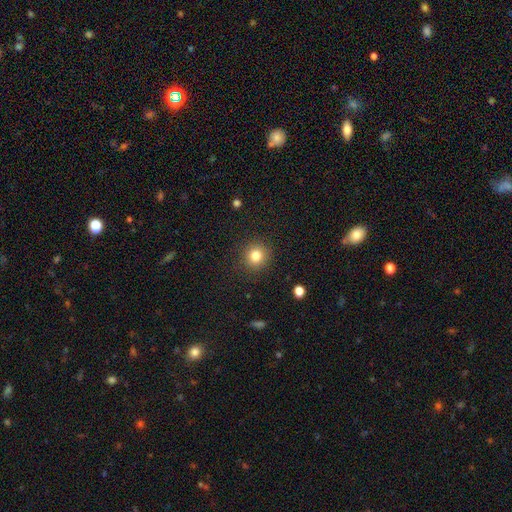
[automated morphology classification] This appears to be a smooth galaxy with no disk features (81%) that is round (91%). Merging: none (90%).